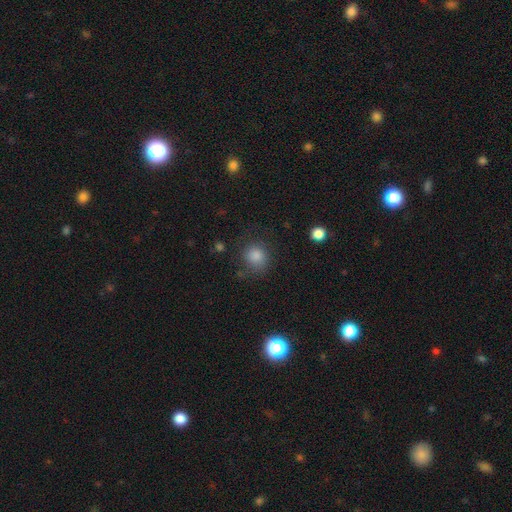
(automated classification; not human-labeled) Q: Smooth or featured?
A: smooth (81%); runner-up: star or artifact (13%)
Q: How rounded?
A: round (85%); runner-up: in between (14%)
Q: Merging?
A: none (75%); runner-up: minor disturbance (16%)